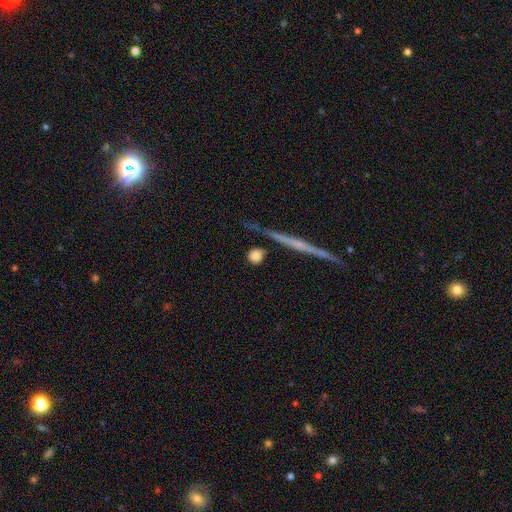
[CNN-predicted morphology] Q: Smooth or featured?
A: smooth (79%); runner-up: featured or disk (11%)
Q: How rounded?
A: round (87%); runner-up: in between (9%)
Q: Merging?
A: none (76%); runner-up: minor disturbance (13%)